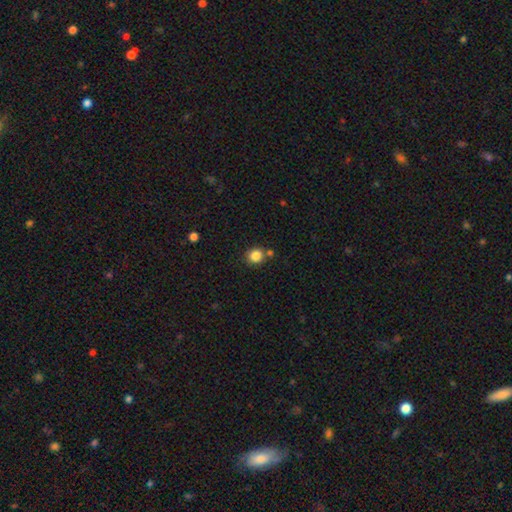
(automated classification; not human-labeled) This is clearly a smooth galaxy (85%). How rounded: clearly round (85%). Merging: likely none (74%).